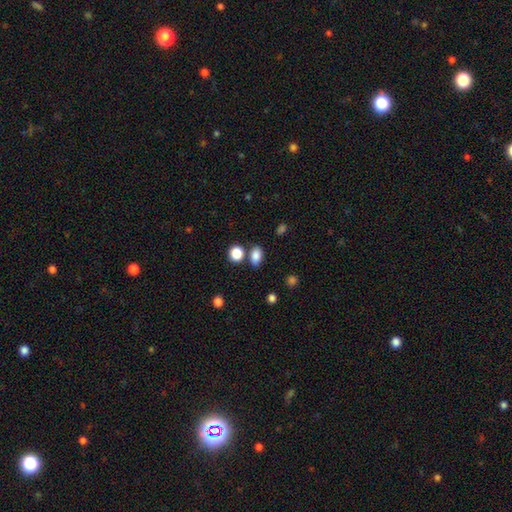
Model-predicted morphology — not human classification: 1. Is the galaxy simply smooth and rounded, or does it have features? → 85% smooth, 10% star or artifact, 5% featured or disk.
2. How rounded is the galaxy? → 79% in between, 19% round, 2% cigar-shaped.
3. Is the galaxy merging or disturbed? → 73% none, 12% minor disturbance, 12% merger, 3% major disturbance.